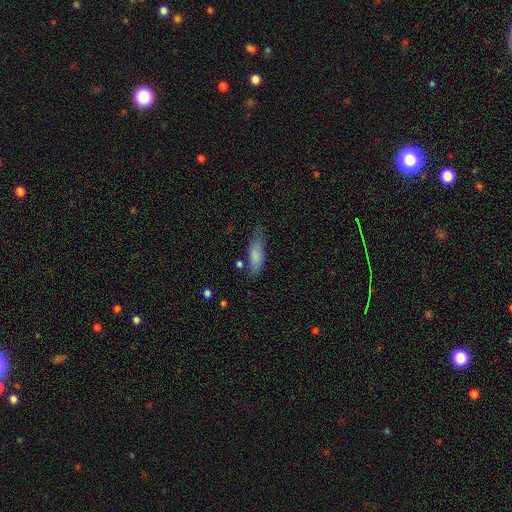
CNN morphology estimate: This appears to be a smooth galaxy with no disk features (80%) that is in between round and cigar-shaped (56%). Merging: none (60%).